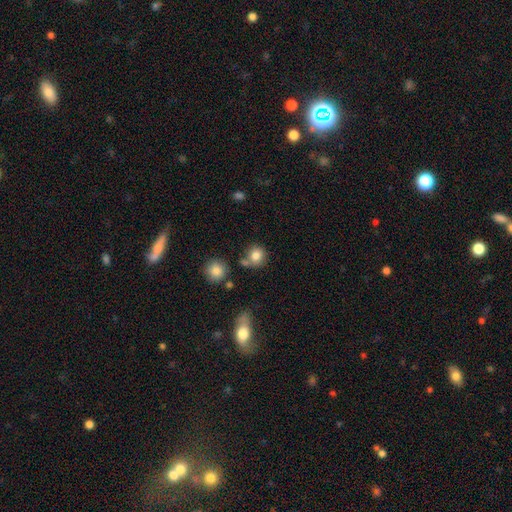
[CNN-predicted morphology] Smooth or featured? Predicted: smooth (p=0.82). How rounded? Predicted: round (p=0.84). Merging? Predicted: none (p=0.65).